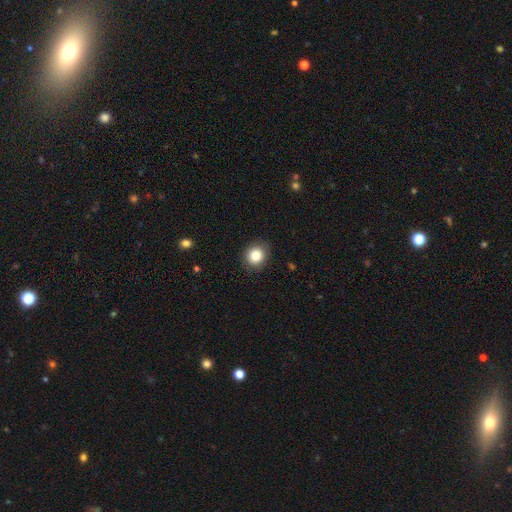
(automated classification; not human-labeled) Smooth or featured? smooth (84%)
How rounded? round (81%)
Merging? none (87%)